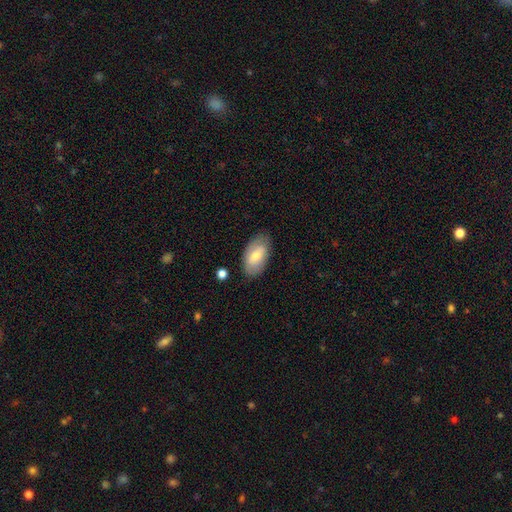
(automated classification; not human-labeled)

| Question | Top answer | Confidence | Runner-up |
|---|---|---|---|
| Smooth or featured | smooth | 66% | featured or disk (28%) |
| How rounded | in between | 94% | round (4%) |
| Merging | none | 80% | minor disturbance (15%) |